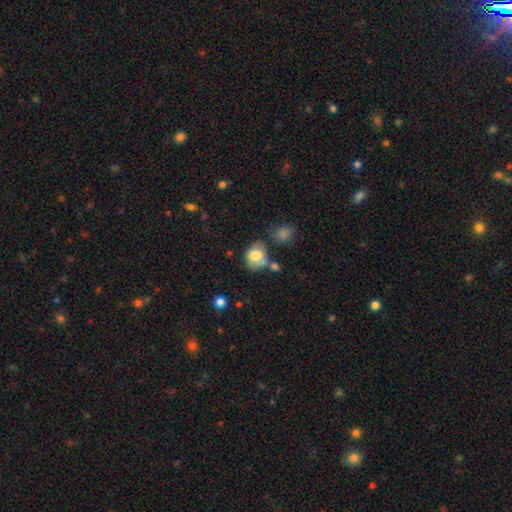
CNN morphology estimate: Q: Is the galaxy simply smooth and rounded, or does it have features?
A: smooth — 75%.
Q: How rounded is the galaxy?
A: in between — 51%.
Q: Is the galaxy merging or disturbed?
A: none — 46%.